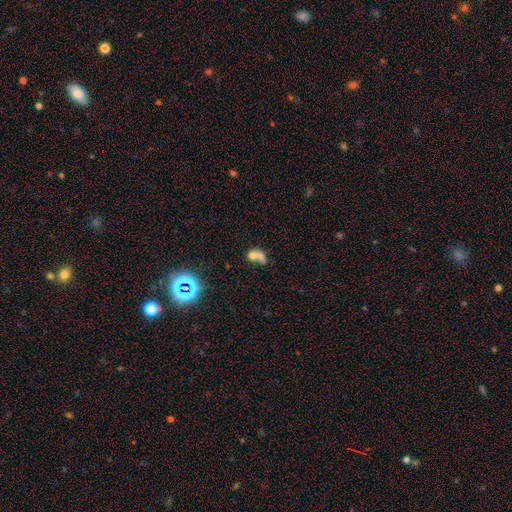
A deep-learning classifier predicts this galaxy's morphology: This appears to be a smooth galaxy with no disk features (62%) that is in between round and cigar-shaped (52%). Merging: merger (63%).